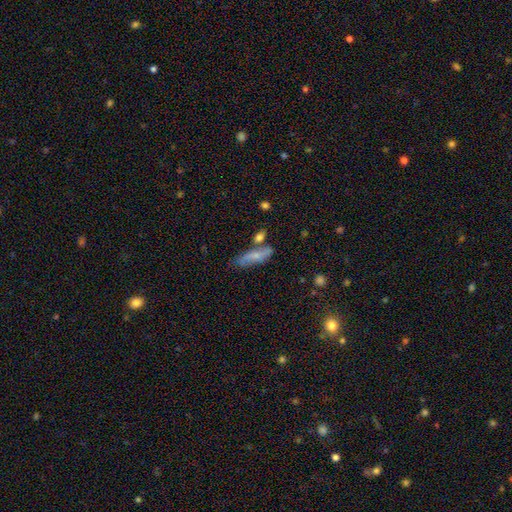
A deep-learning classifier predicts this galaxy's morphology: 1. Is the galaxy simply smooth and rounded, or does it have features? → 59% smooth, 34% featured or disk, 8% star or artifact.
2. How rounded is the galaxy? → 57% cigar-shaped, 40% in between, 3% round.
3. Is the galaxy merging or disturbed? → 56% none, 21% minor disturbance, 16% merger, 7% major disturbance.